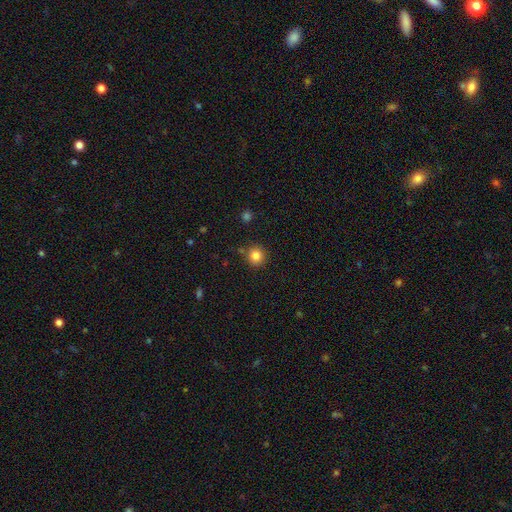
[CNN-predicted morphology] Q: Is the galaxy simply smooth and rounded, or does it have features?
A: smooth — 83%.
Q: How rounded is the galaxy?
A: round — 92%.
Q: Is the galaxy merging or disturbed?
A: none — 85%.